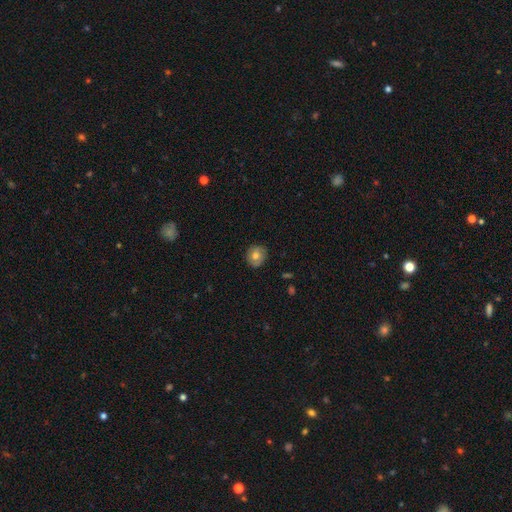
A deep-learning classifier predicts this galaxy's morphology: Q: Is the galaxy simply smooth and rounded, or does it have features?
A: smooth — 70%.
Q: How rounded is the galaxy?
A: round — 86%.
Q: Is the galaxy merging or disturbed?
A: none — 85%.